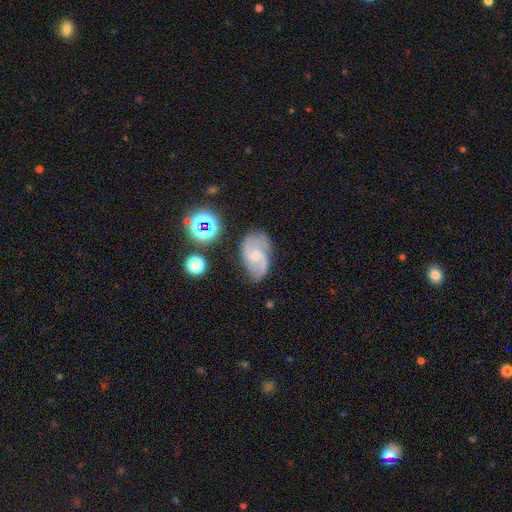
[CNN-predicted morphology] Smooth or featured?
  - featured or disk: 69% *
  - smooth: 22%
  - star or artifact: 9%
Edge-on disk?
  - no: 97% *
  - yes: 3%
Bar?
  - no: 51% *
  - weak: 43%
  - strong: 6%
Spiral arms?
  - yes: 92% *
  - no: 8%
Spiral winding?
  - medium: 48% *
  - loose: 33%
  - tight: 19%
Spiral arm count?
  - 2: 75% *
  - can't tell: 12%
  - 3: 6%
  - 1: 3%
  - 4: 2%
  - more than 4: 2%
Bulge size?
  - small: 58% *
  - moderate: 34%
  - none: 6%
  - large: 2%
  - dominant: 1%
Merging?
  - none: 66% *
  - minor disturbance: 23%
  - major disturbance: 8%
  - merger: 3%